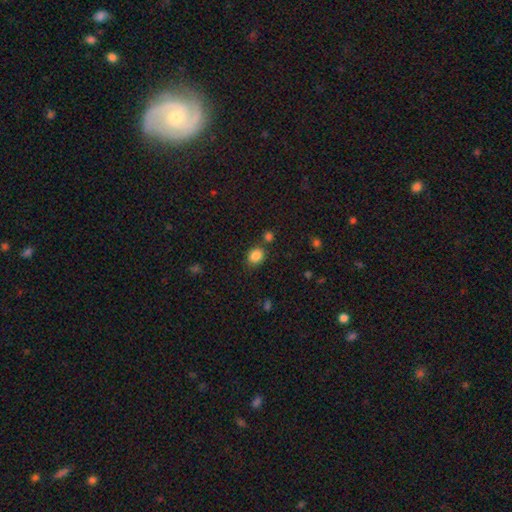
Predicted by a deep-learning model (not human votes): This appears to be a smooth galaxy with no disk features (85%) that is round (55%). Merging: none (77%).